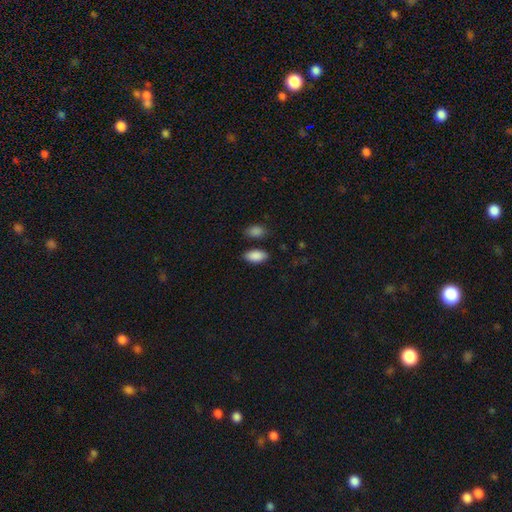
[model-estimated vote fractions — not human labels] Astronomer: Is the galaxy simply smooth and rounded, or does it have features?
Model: smooth — 89%.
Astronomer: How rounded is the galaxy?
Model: in between — 94%.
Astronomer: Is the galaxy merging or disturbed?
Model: none — 78%.